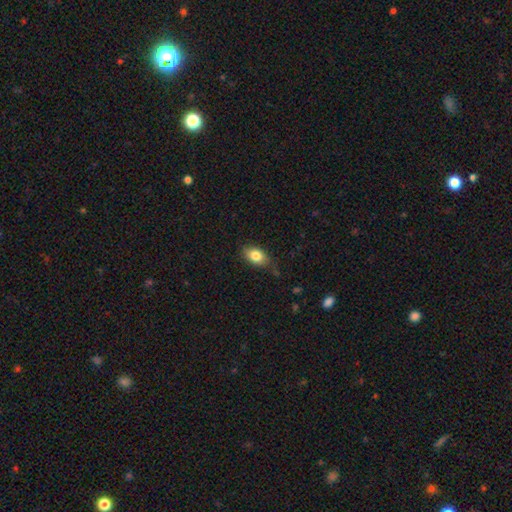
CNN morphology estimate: Q: Smooth or featured?
A: smooth (82%); runner-up: featured or disk (10%)
Q: How rounded?
A: in between (85%); runner-up: round (13%)
Q: Merging?
A: none (75%); runner-up: minor disturbance (20%)